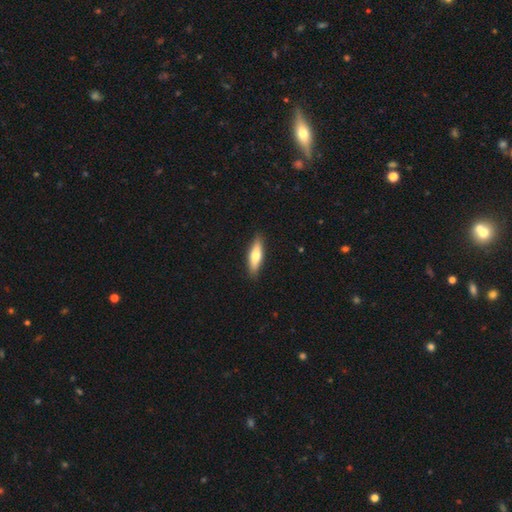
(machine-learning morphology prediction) type=smooth (65%); roundness=cigar-shaped (57%); merging=none (88%).